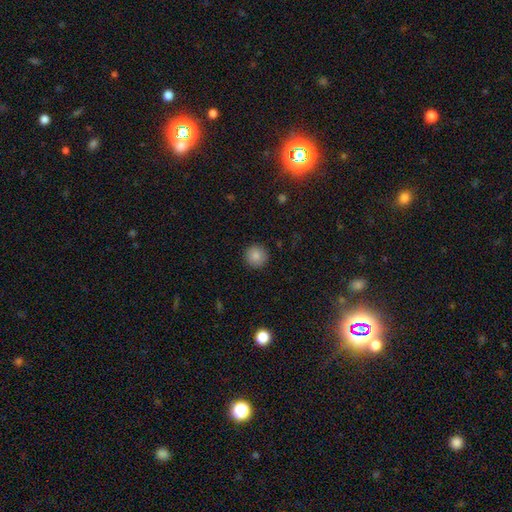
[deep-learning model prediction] This is clearly a smooth galaxy (85%). How rounded: clearly round (96%). Merging: clearly none (92%).